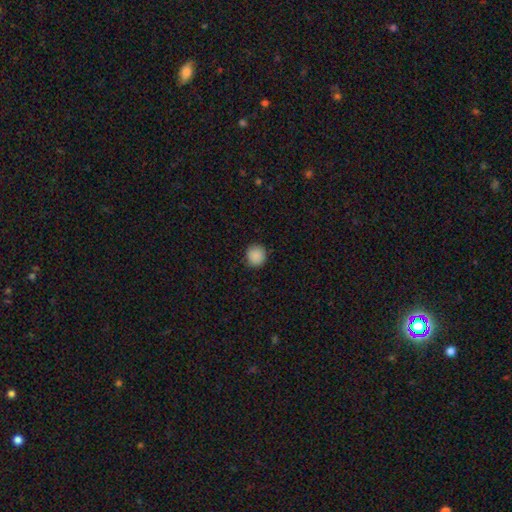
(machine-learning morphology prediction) Q: Smooth or featured?
A: smooth (89%); runner-up: star or artifact (9%)
Q: How rounded?
A: round (93%); runner-up: in between (6%)
Q: Merging?
A: none (90%); runner-up: minor disturbance (7%)